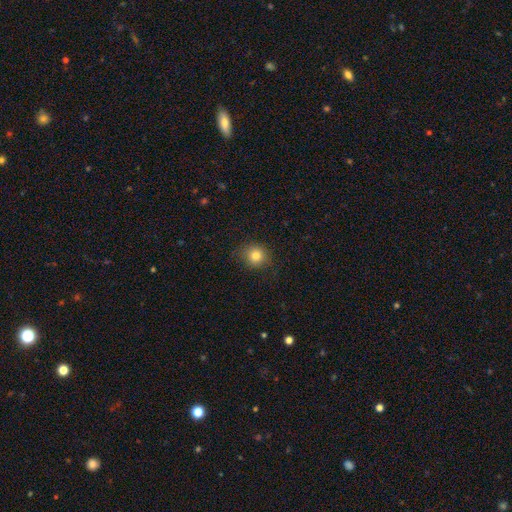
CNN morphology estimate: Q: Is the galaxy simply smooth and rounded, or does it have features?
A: smooth — 81%.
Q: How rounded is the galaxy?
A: round — 87%.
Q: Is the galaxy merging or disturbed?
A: none — 82%.